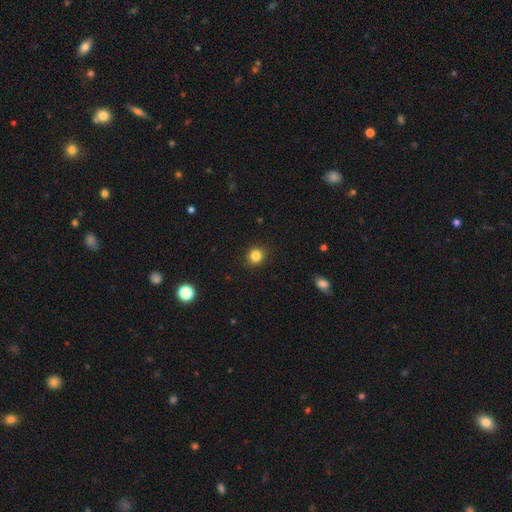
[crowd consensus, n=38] Q: Smooth or featured?
A: smooth (95%); runner-up: star or artifact (5%)
Q: How rounded?
A: round (86%); runner-up: in between (14%)
Q: Merging?
A: none (97%); runner-up: minor disturbance (3%)